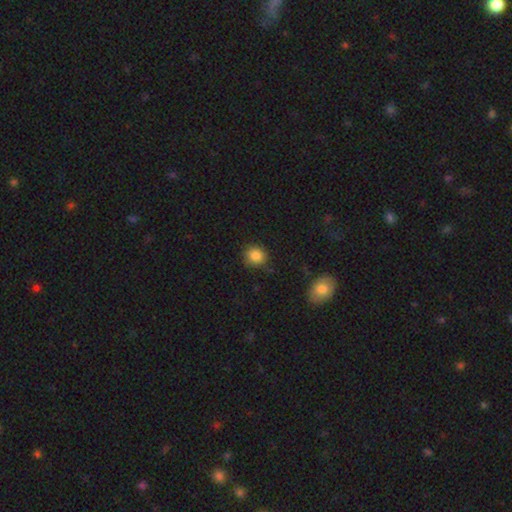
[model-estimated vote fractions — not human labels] A smooth galaxy with no disk features (85%) that is round (85%). Merging: none (85%).